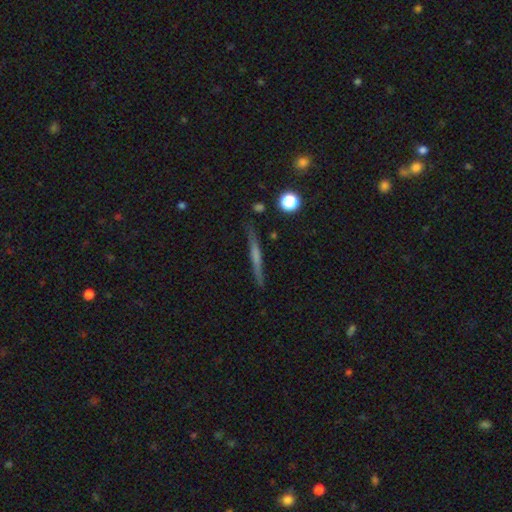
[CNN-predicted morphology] smooth-or-featured: featured or disk: 57% | smooth: 35% | star or artifact: 8%
  disk-edge-on: yes: 97% | no: 3%
    edge-on-bulge: none: 61% | rounded: 27% | boxy: 12%
  merging: none: 88% | minor disturbance: 8% | major disturbance: 2% | merger: 2%